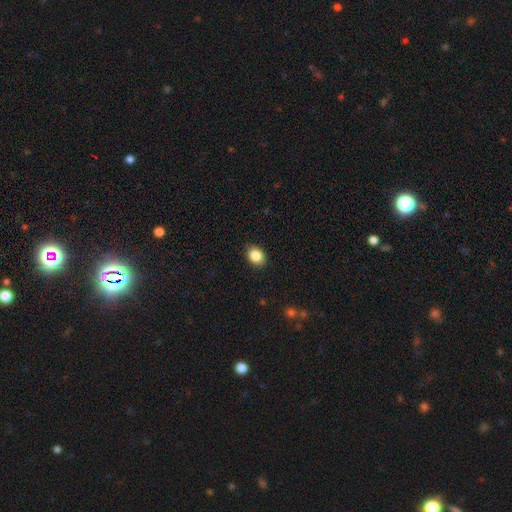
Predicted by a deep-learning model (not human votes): Smooth or featured: smooth — 86% (star or artifact — 9%)
How rounded: in between — 64% (round — 35%)
Merging: none — 88% (minor disturbance — 9%)